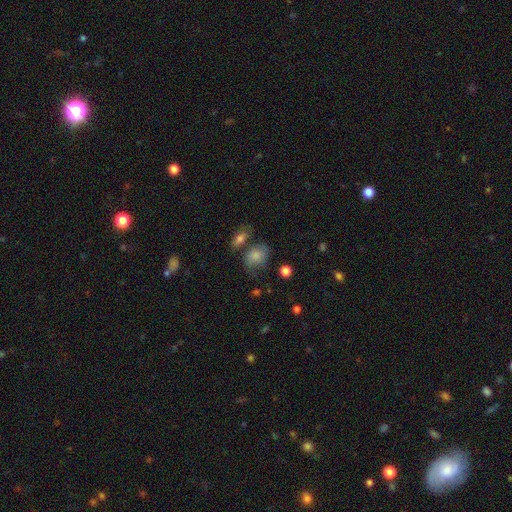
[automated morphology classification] A smooth galaxy with no disk features (77%) that is in between round and cigar-shaped (65%).

Vote fractions:
- Smooth or featured? smooth: 77% / featured or disk: 14% / star or artifact: 9%
- How rounded? in between: 65% / round: 34% / cigar-shaped: 1%
- Merging? none: 52% / minor disturbance: 25% / merger: 12% / major disturbance: 11%